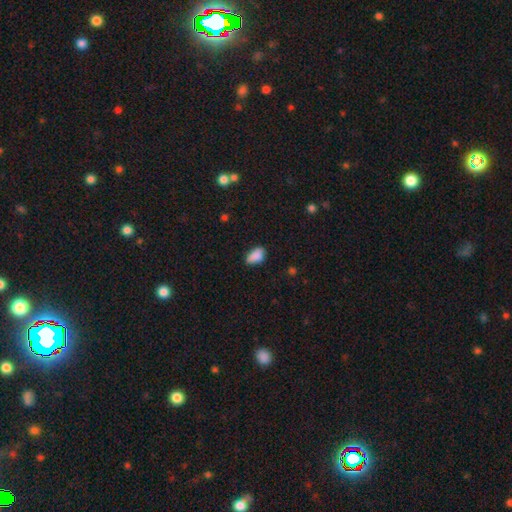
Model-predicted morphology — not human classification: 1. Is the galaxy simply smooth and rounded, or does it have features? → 87% smooth, 8% star or artifact, 5% featured or disk.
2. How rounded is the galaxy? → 91% in between, 6% round, 3% cigar-shaped.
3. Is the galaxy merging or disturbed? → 71% none, 23% minor disturbance, 4% major disturbance, 2% merger.